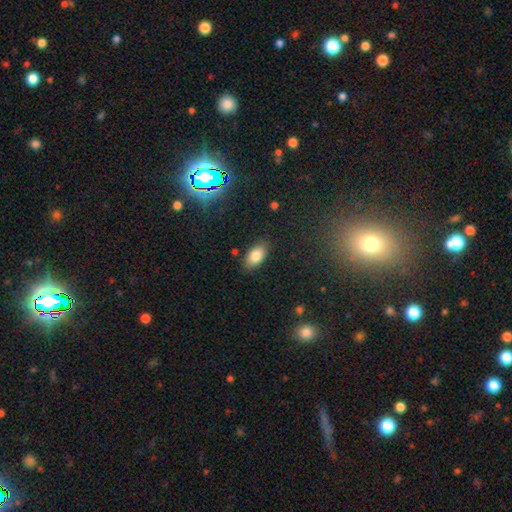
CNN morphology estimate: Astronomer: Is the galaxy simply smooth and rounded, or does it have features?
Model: smooth — 83%.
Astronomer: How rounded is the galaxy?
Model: in between — 92%.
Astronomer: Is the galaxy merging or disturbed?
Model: none — 84%.